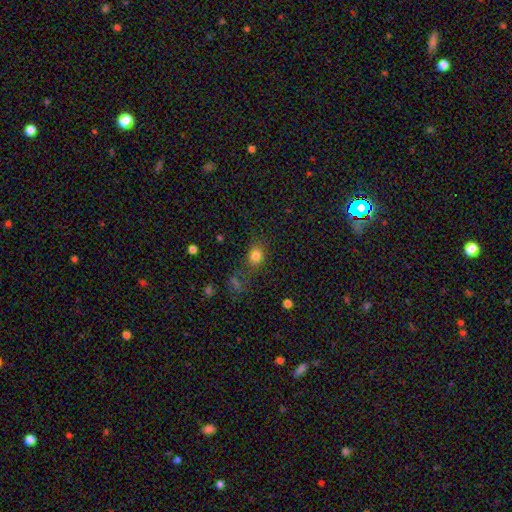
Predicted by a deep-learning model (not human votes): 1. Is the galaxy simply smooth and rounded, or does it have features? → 80% smooth, 14% star or artifact, 6% featured or disk.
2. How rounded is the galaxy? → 62% round, 37% in between, 1% cigar-shaped.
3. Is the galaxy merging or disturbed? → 75% none, 14% minor disturbance, 6% major disturbance, 5% merger.